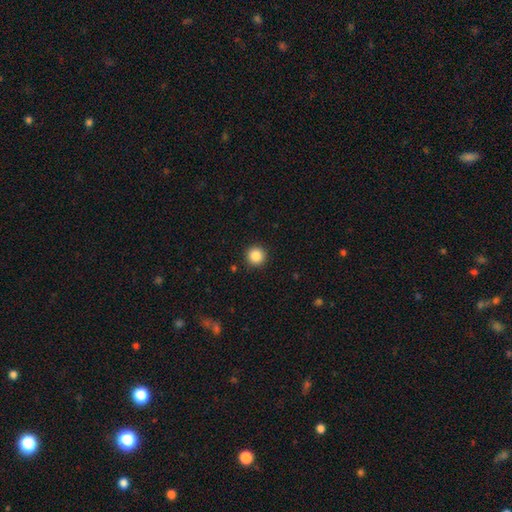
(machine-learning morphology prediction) This appears to be a smooth galaxy with no disk features (86%) that is round (96%). Merging: none (93%).